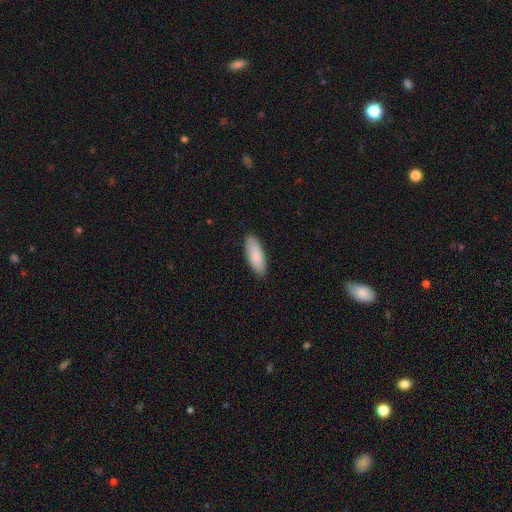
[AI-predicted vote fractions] Smooth or featured? Predicted: smooth (p=0.86). How rounded? Predicted: in between (p=0.72). Merging? Predicted: none (p=0.87).